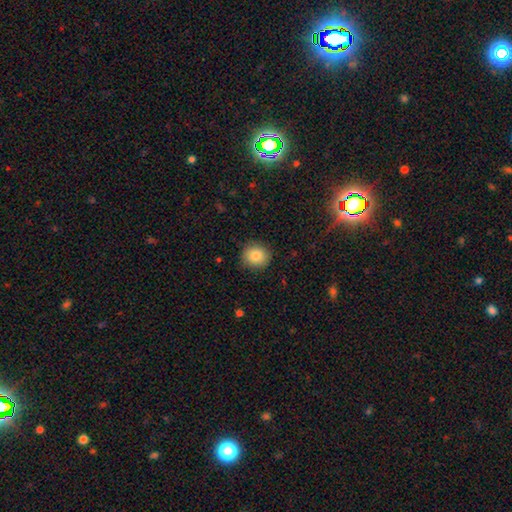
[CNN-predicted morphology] A smooth galaxy with no disk features (84%) that is round (86%). Merging: none (87%).